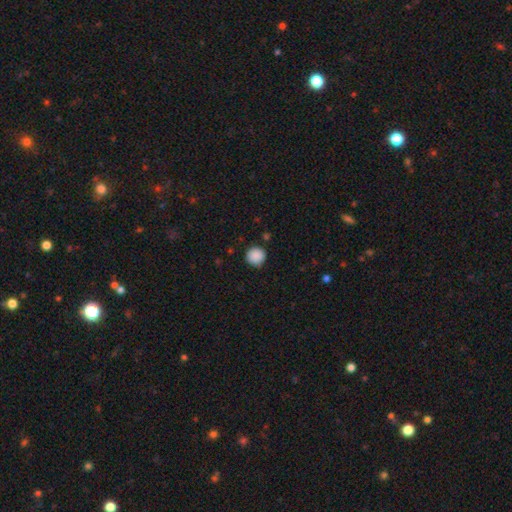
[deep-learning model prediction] smooth_or_featured: smooth (p=0.89) [alt: star or artifact p=0.08]
how_rounded: round (p=0.94) [alt: in between p=0.05]
merging: none (p=0.88) [alt: minor disturbance p=0.09]